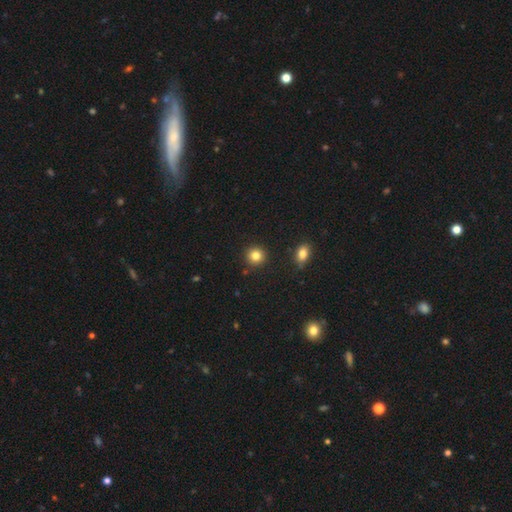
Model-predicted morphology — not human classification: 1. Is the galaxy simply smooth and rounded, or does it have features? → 84% smooth, 11% star or artifact, 6% featured or disk.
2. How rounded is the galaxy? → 91% round, 8% in between, 1% cigar-shaped.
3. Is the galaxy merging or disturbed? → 90% none, 6% minor disturbance, 2% merger, 2% major disturbance.